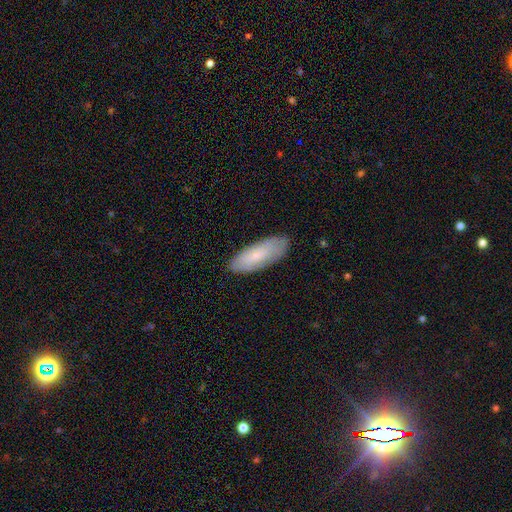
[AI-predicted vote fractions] smooth 69%, featured or disk 25%, star or artifact 6%. Down the decision tree: how rounded — in between (72%); merging — none (82%).